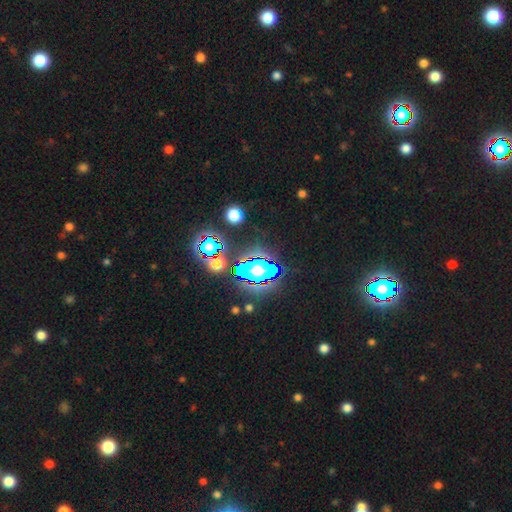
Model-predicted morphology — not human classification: Smooth or featured: star or artifact — 83% (smooth — 10%)